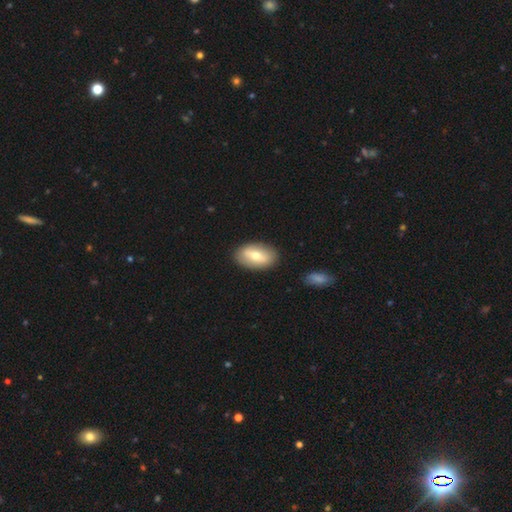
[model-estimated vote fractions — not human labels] Morphology: type=smooth (62%); roundness=in between (92%); merging=none (87%).